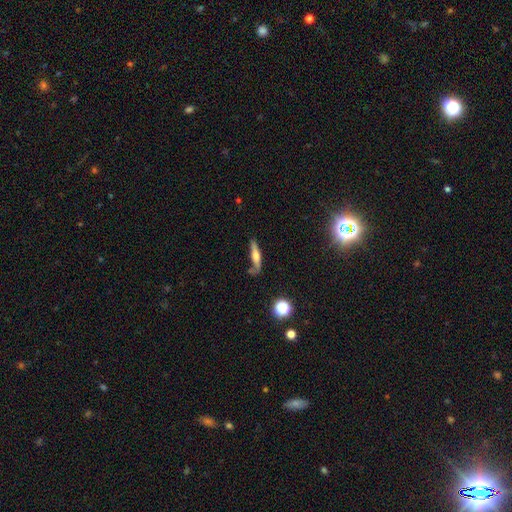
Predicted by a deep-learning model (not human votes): featured or disk 47%, smooth 44%, star or artifact 9%. Down the decision tree: merging — none (60%).